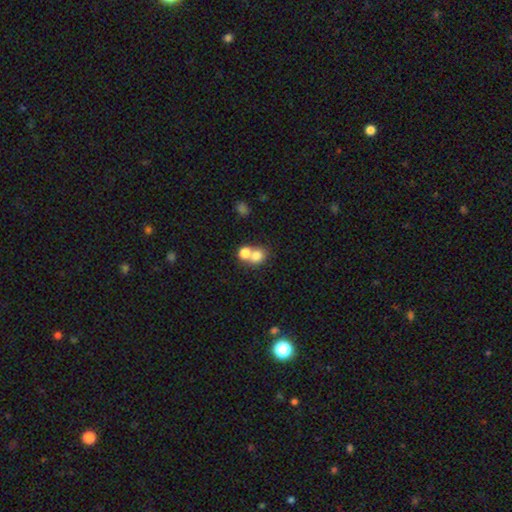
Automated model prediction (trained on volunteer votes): Smooth or featured? smooth (77%)
How rounded? round (74%)
Merging? merger (56%)